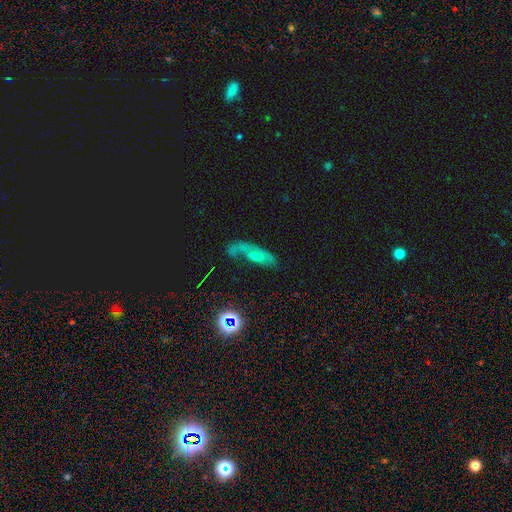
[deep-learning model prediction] A featured or disk galaxy (48%).

Vote fractions:
- Smooth or featured? featured or disk: 48% / smooth: 31% / star or artifact: 21%
- Merging? none: 40% / major disturbance: 29% / minor disturbance: 21% / merger: 9%